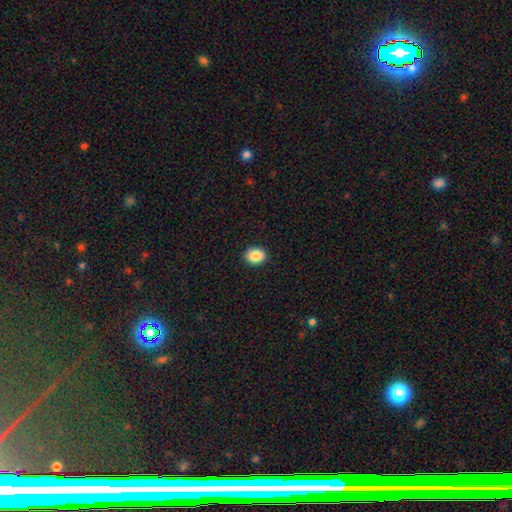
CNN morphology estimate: Smooth or featured: smooth — 87% (star or artifact — 8%)
How rounded: round — 54% (in between — 45%)
Merging: none — 91% (minor disturbance — 6%)